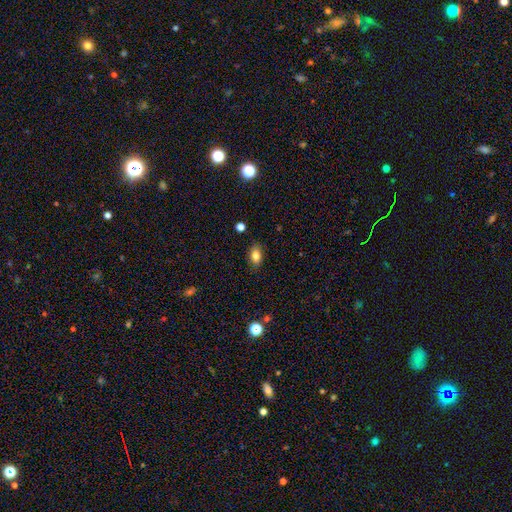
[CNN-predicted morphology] This is clearly a smooth galaxy (82%). How rounded: clearly in between (86%). Merging: clearly none (84%).